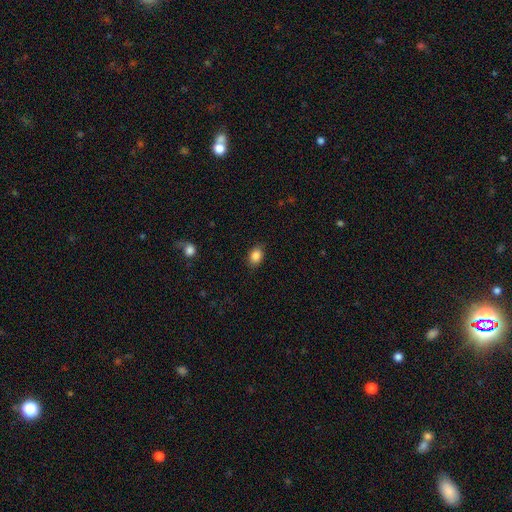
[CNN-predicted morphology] This appears to be a smooth galaxy with no disk features (86%) that is in between round and cigar-shaped (67%). Merging: none (85%).